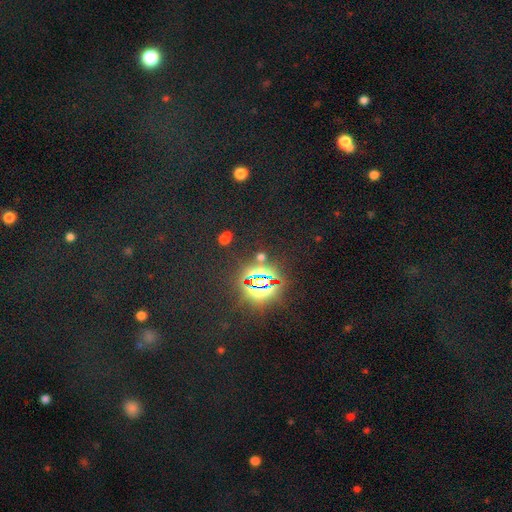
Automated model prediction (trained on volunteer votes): Overall: star or artifact (70%).